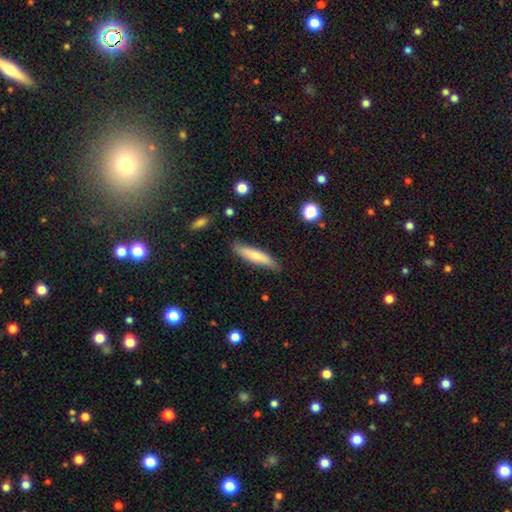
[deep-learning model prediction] Morphology: type=smooth (73%); roundness=cigar-shaped (84%); merging=none (83%).